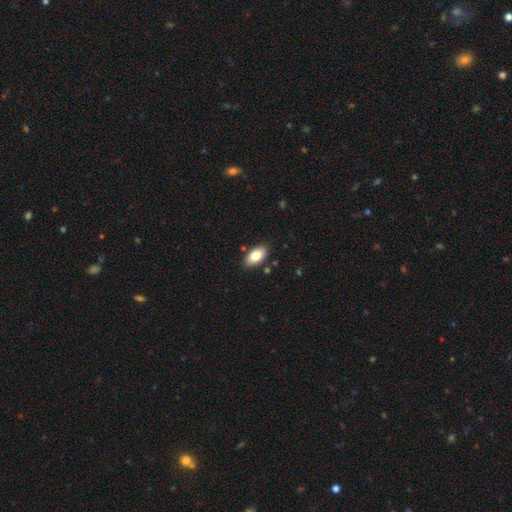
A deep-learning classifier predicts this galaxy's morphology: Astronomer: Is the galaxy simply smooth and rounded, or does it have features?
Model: smooth — 81%.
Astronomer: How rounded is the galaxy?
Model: in between — 93%.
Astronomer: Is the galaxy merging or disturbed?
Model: none — 85%.